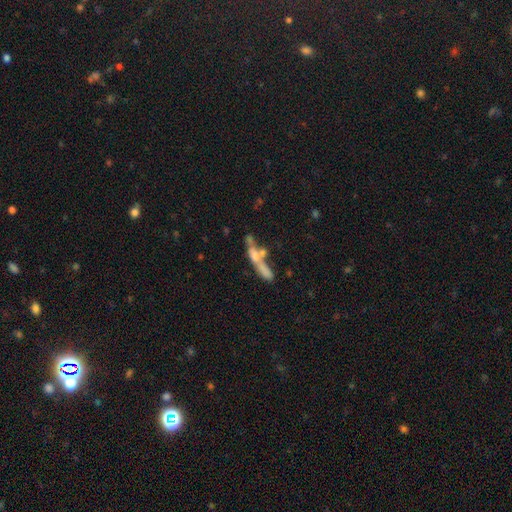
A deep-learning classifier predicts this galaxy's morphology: smooth-or-featured: smooth: 49% | featured or disk: 40% | star or artifact: 11%
  merging: merger: 48% | none: 29% | minor disturbance: 12% | major disturbance: 11%